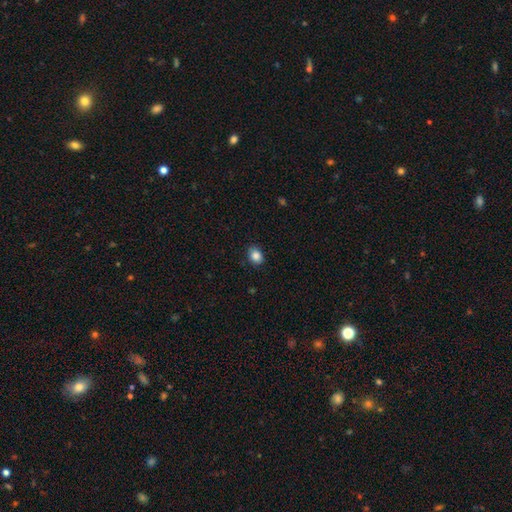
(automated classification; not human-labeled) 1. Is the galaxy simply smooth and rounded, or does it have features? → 86% smooth, 9% star or artifact, 5% featured or disk.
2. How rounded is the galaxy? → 55% in between, 44% round, 1% cigar-shaped.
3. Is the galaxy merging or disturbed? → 87% none, 10% minor disturbance, 2% major disturbance, 1% merger.